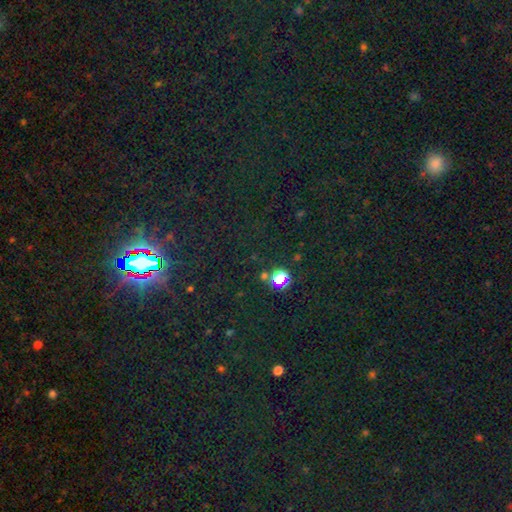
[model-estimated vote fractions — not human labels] Morphology: type=star or artifact (78%).